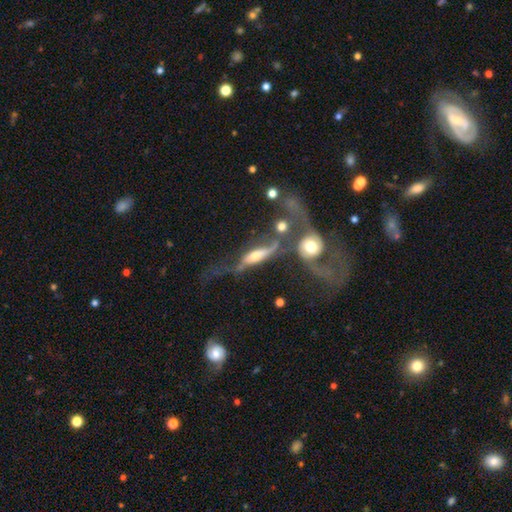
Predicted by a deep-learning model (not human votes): Overall: featured or disk (67%). Edge-on disk: yes (54%; no 46%). Merging: merger (42%; major disturbance 23%).